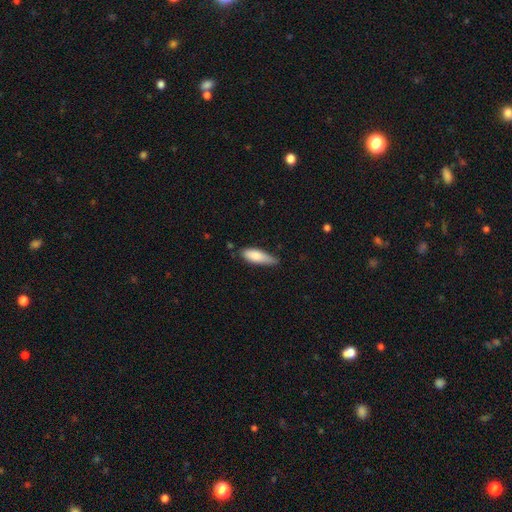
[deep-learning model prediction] smooth_or_featured: smooth (p=0.82) [alt: featured or disk p=0.12]
how_rounded: in between (p=0.56) [alt: cigar-shaped p=0.42]
merging: none (p=0.53) [alt: minor disturbance p=0.38]